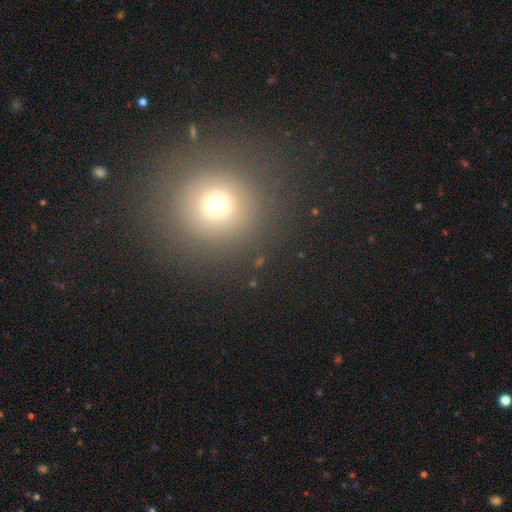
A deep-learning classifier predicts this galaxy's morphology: Smooth or featured?
  - smooth: 66% *
  - star or artifact: 25%
  - featured or disk: 10%
How rounded?
  - round: 93% *
  - in between: 6%
  - cigar-shaped: 1%
Merging?
  - none: 89% *
  - minor disturbance: 6%
  - major disturbance: 3%
  - merger: 2%